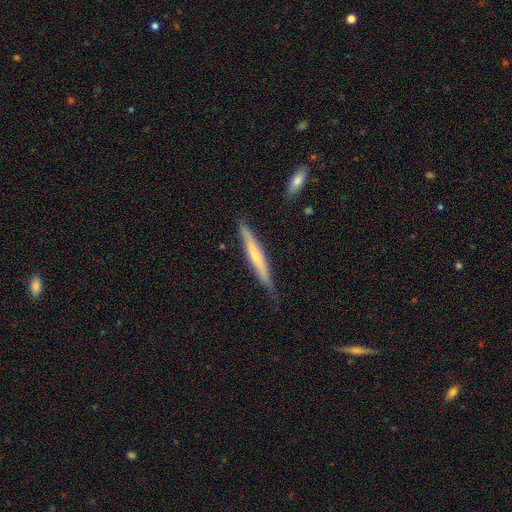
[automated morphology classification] Smooth or featured? smooth (47%, tied with featured or disk)
Merging? none (77%)